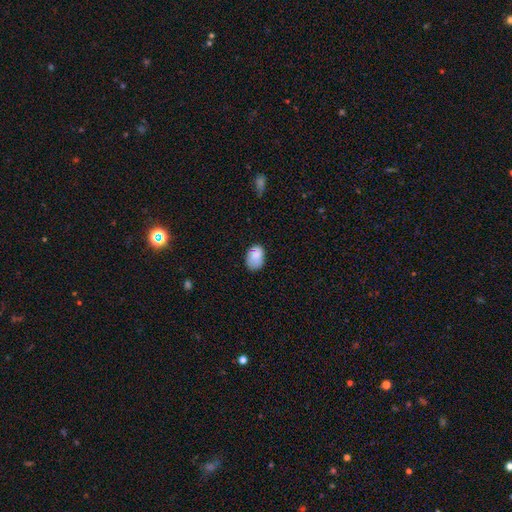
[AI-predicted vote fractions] This appears to be a smooth galaxy with no disk features (80%) that is in between round and cigar-shaped (82%). Merging: none (69%).